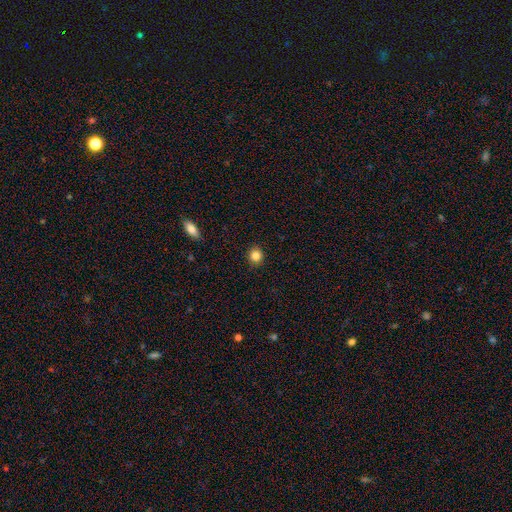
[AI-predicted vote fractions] A smooth galaxy with no disk features (84%) that is round (89%).

Vote fractions:
- Smooth or featured? smooth: 84% / star or artifact: 11% / featured or disk: 5%
- How rounded? round: 89% / in between: 11% / cigar-shaped: 1%
- Merging? none: 92% / minor disturbance: 6% / major disturbance: 2% / merger: 1%